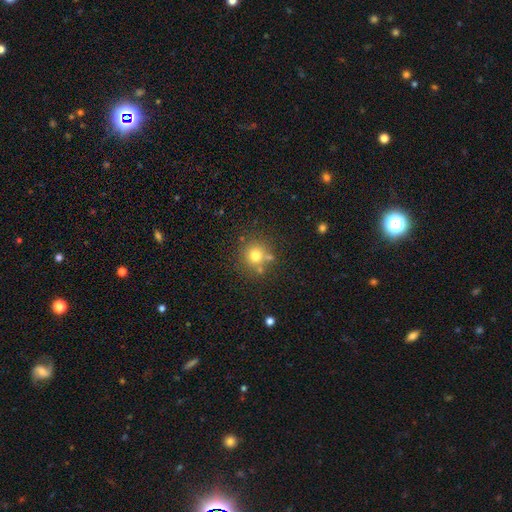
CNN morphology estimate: Smooth or featured? smooth (74%)
How rounded? round (92%)
Merging? none (74%)